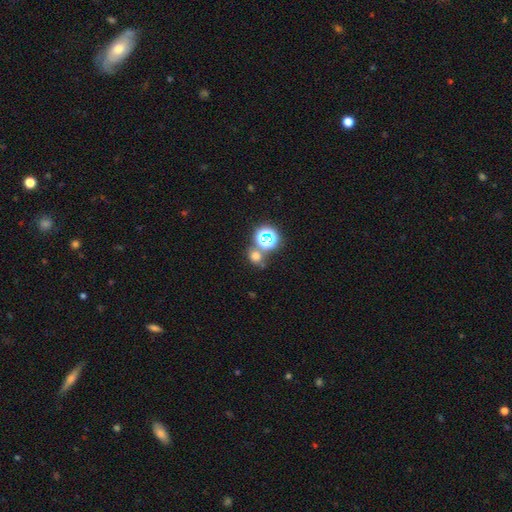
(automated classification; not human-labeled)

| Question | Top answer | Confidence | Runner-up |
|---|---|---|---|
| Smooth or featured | smooth | 61% | star or artifact (31%) |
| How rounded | round | 75% | in between (24%) |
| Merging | none | 60% | merger (26%) |